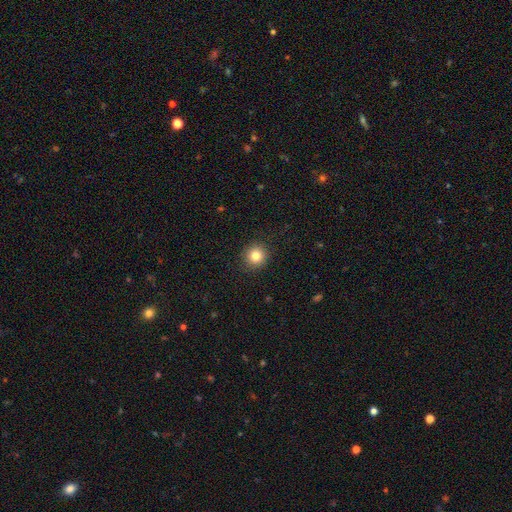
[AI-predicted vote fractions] smooth 82%, star or artifact 11%, featured or disk 7%. Down the decision tree: how rounded — round (93%); merging — none (92%).